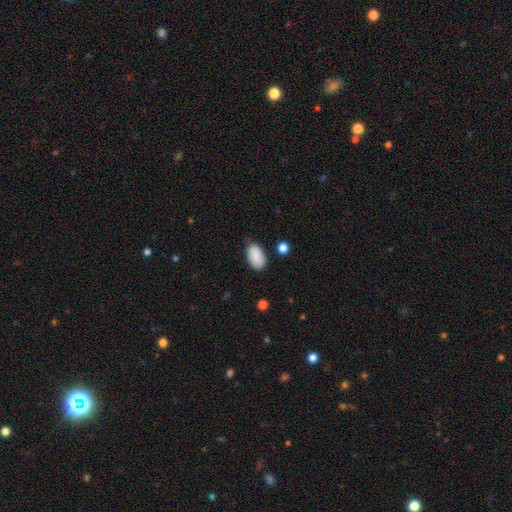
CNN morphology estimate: smooth_or_featured: smooth (p=0.85) [alt: featured or disk p=0.08]
how_rounded: in between (p=0.94) [alt: round p=0.05]
merging: none (p=0.71) [alt: minor disturbance p=0.22]